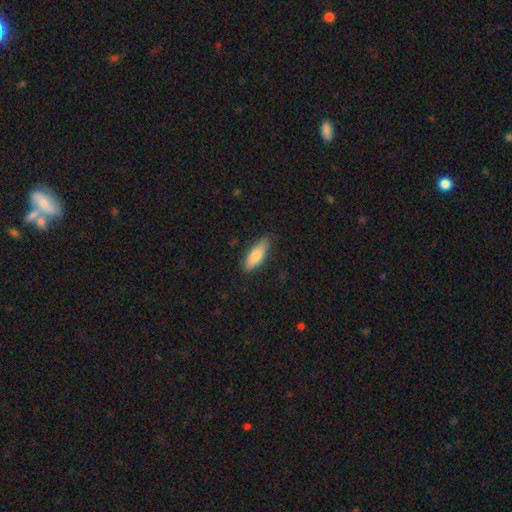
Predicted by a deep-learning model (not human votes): Smooth or featured? Predicted: smooth (p=0.79). How rounded? Predicted: in between (p=0.58). Merging? Predicted: none (p=0.81).